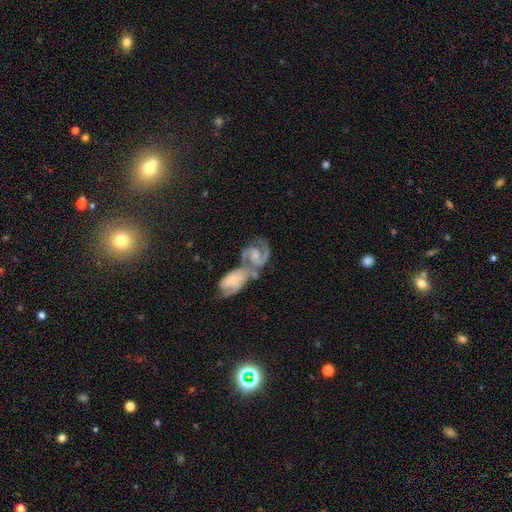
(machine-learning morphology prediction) smooth_or_featured: featured or disk (p=0.90) [alt: smooth p=0.06]
disk_edge_on: no (p=0.98) [alt: yes p=0.02]
bar: no (p=0.57) [alt: weak p=0.33]
has_spiral_arms: yes (p=0.98) [alt: no p=0.02]
spiral_winding: medium (p=0.53) [alt: tight p=0.37]
spiral_arm_count: 2 (p=0.90) [alt: can't tell p=0.03]
bulge_size: small (p=0.49) [alt: moderate p=0.40]
merging: merger (p=0.65) [alt: none p=0.21]